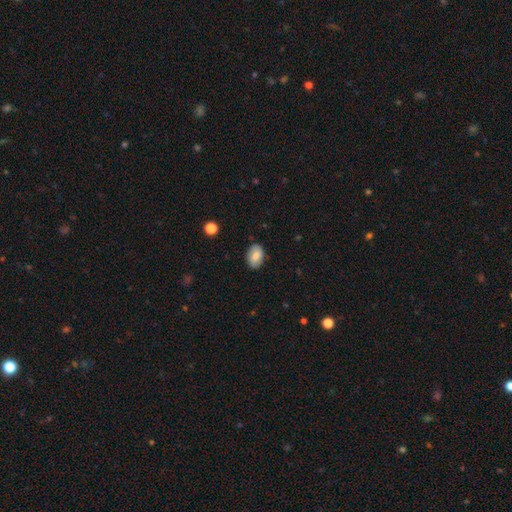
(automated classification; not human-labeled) Smooth or featured?
  - smooth: 75% *
  - featured or disk: 17%
  - star or artifact: 8%
How rounded?
  - in between: 86% *
  - round: 13%
  - cigar-shaped: 1%
Merging?
  - none: 82% *
  - minor disturbance: 14%
  - major disturbance: 3%
  - merger: 1%